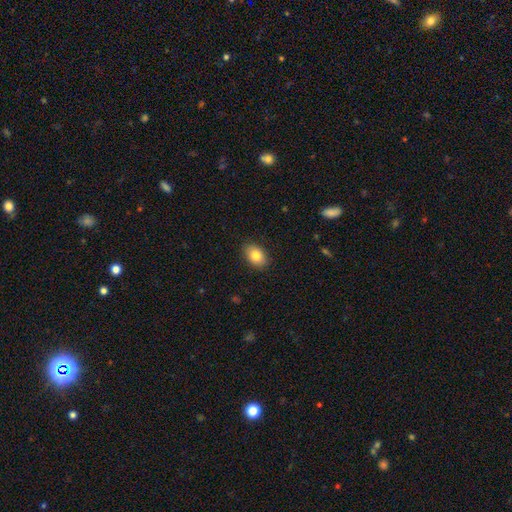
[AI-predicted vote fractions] Smooth or featured? smooth (82%)
How rounded? in between (81%)
Merging? none (88%)